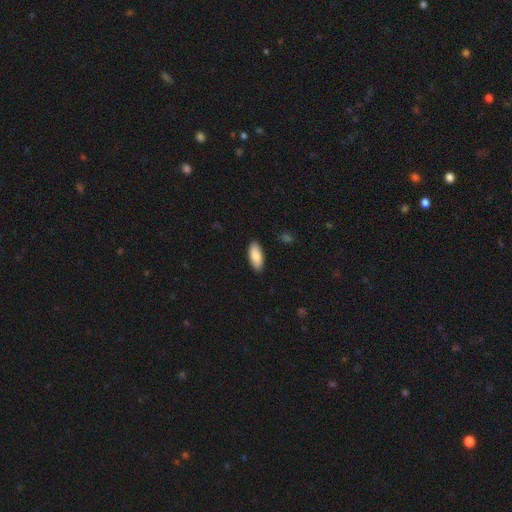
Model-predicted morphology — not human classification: smooth_or_featured: smooth (p=0.87) [alt: featured or disk p=0.07]
how_rounded: in between (p=0.85) [alt: cigar-shaped p=0.14]
merging: none (p=0.89) [alt: minor disturbance p=0.08]